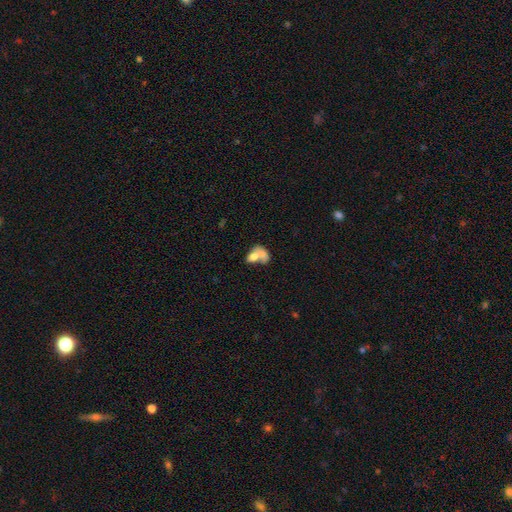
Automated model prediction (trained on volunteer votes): This appears to be a smooth galaxy with no disk features (66%) that is in between round and cigar-shaped (76%). Merging: merger (62%).